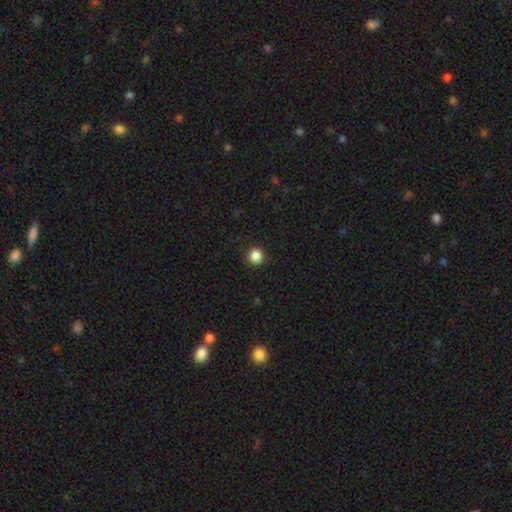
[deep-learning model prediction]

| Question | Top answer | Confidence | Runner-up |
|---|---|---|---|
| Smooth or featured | smooth | 87% | star or artifact (11%) |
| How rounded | round | 95% | in between (4%) |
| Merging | none | 92% | minor disturbance (5%) |